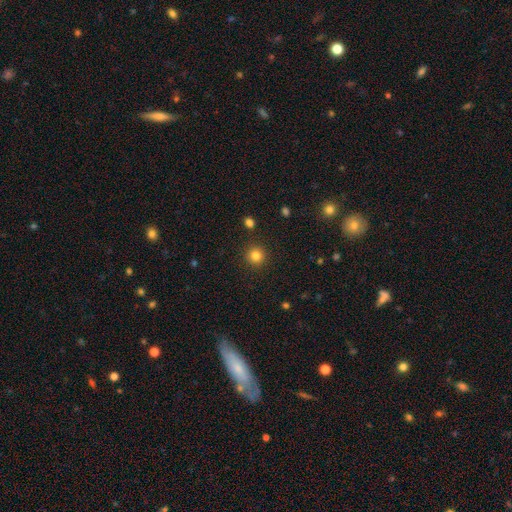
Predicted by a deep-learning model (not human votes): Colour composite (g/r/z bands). It shows a smooth galaxy with no disk features (83%) that is round (94%). Merging: none (91%).